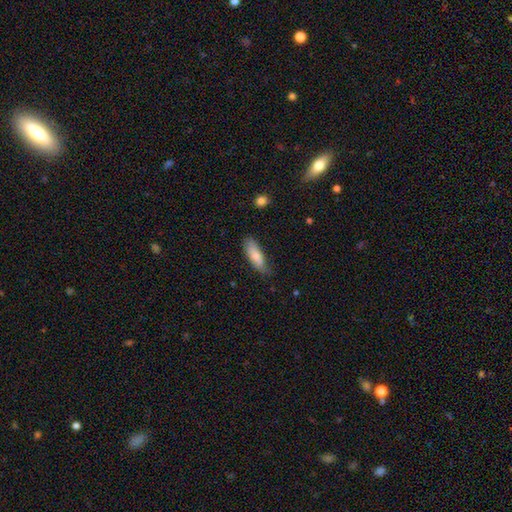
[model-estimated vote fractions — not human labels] This appears to be a smooth galaxy with no disk features (76%) that is in between round and cigar-shaped (61%). Merging: none (68%).